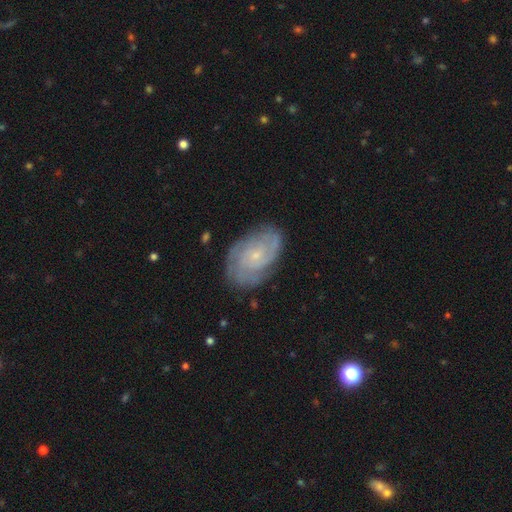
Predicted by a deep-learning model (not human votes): Smooth or featured? Predicted: featured or disk (p=0.81). Edge-on disk? Predicted: no (p=0.97). Bar? Predicted: no (p=0.72). Spiral arms? Predicted: yes (p=0.95). Spiral winding? Predicted: tight (p=0.64). Spiral arm count? Predicted: can't tell (p=0.30). Bulge size? Predicted: small (p=0.79). Merging? Predicted: none (p=0.78).